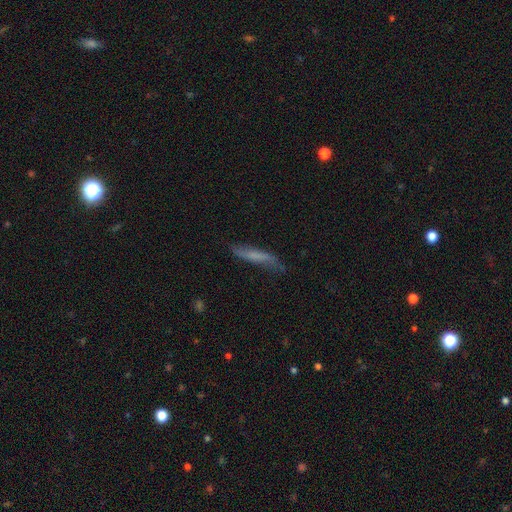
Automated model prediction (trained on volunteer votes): smooth-or-featured: smooth: 54% | featured or disk: 37% | star or artifact: 8%
  how-rounded: cigar-shaped: 88% | in between: 10% | round: 2%
  merging: none: 63% | minor disturbance: 27% | major disturbance: 8% | merger: 2%